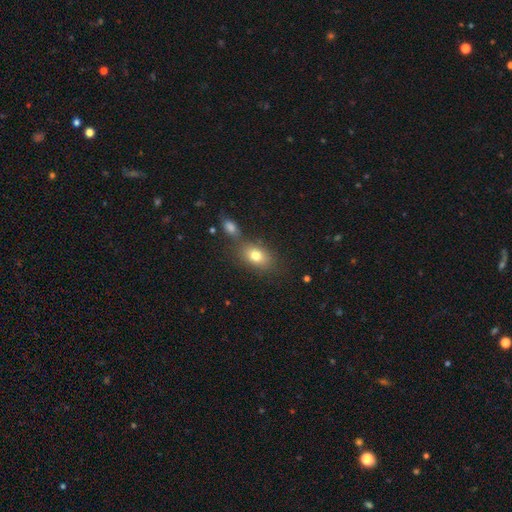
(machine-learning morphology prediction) smooth 77%, featured or disk 13%, star or artifact 10%. Down the decision tree: how rounded — in between (79%); merging — none (61%).